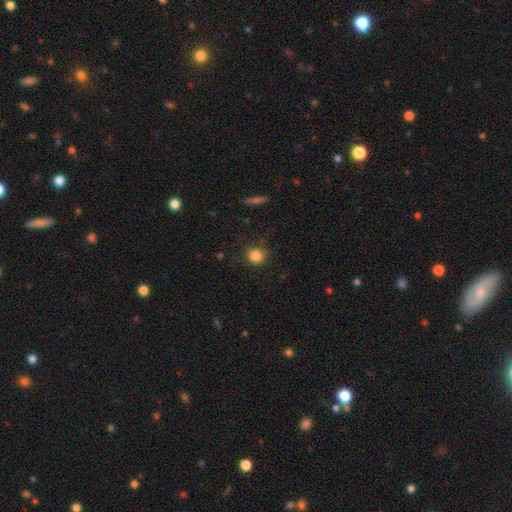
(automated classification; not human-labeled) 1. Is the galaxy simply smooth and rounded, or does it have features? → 85% smooth, 11% star or artifact, 4% featured or disk.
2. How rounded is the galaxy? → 90% round, 9% in between, 1% cigar-shaped.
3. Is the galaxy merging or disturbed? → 86% none, 10% minor disturbance, 3% major disturbance, 1% merger.